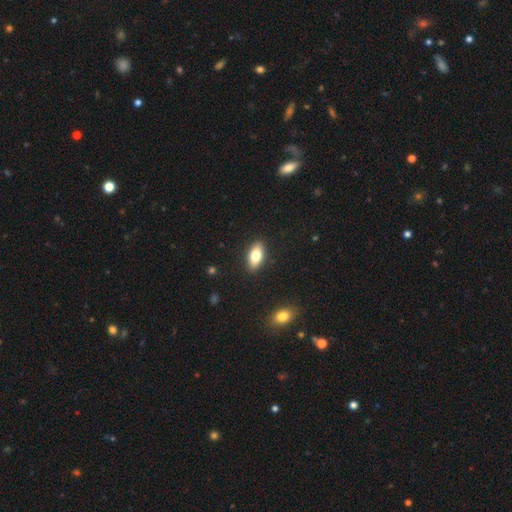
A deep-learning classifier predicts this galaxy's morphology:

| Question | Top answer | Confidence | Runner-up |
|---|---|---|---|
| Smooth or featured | smooth | 75% | featured or disk (18%) |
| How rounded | in between | 86% | cigar-shaped (10%) |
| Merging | none | 89% | minor disturbance (8%) |